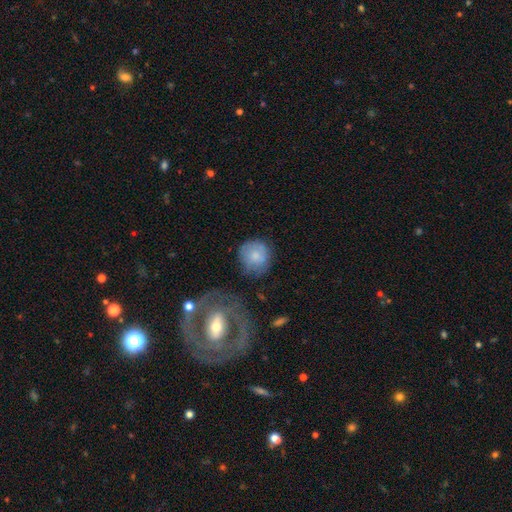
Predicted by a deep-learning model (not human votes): Q: Smooth or featured?
A: smooth (72%); runner-up: featured or disk (21%)
Q: How rounded?
A: round (88%); runner-up: in between (11%)
Q: Merging?
A: none (66%); runner-up: minor disturbance (22%)